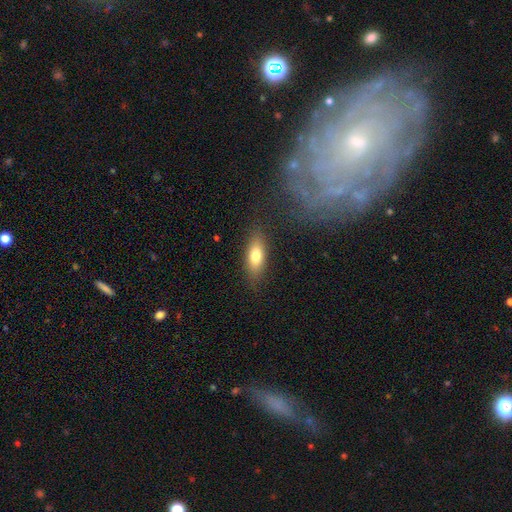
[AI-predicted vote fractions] Morphology: type=smooth (75%); roundness=in between (74%); merging=none (83%).